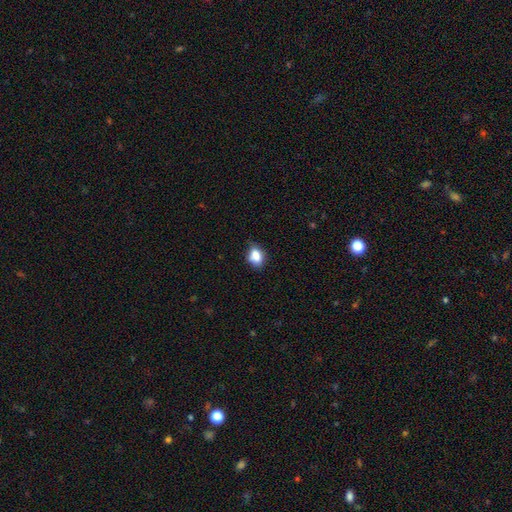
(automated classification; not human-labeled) Smooth or featured?
  - smooth: 81% *
  - star or artifact: 10%
  - featured or disk: 9%
How rounded?
  - in between: 67% *
  - round: 31%
  - cigar-shaped: 2%
Merging?
  - none: 62% *
  - minor disturbance: 28%
  - major disturbance: 5%
  - merger: 5%